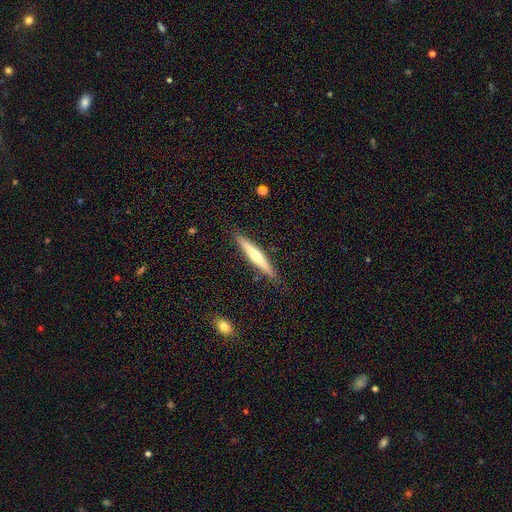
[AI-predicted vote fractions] featured or disk 53%, smooth 42%, star or artifact 5%. Down the decision tree: edge-on disk — yes (97%); edge-on bulge — rounded (75%); merging — none (89%).